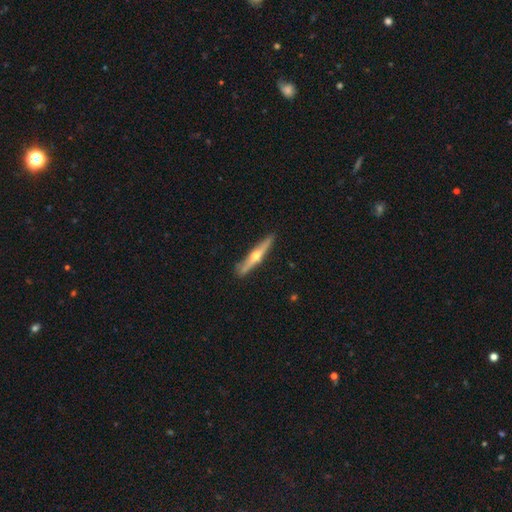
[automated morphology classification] Overall: featured or disk (71%). Edge-on disk: yes (97%). Edge-on bulge: rounded (93%). Merging: none (90%).